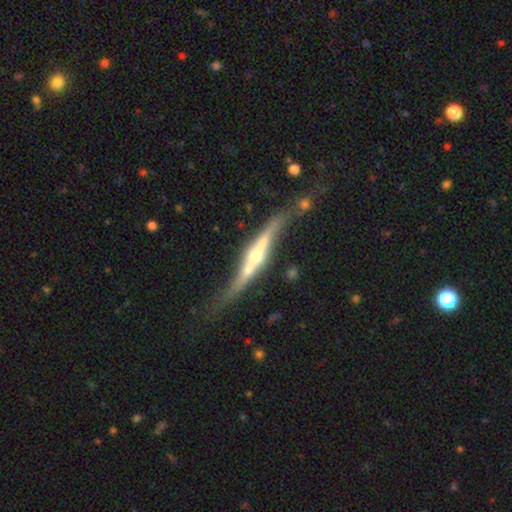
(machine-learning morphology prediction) Overall: featured or disk (80%). Edge-on disk: yes (93%). Edge-on bulge: rounded (82%). Merging: none (60%; minor disturbance 23%).